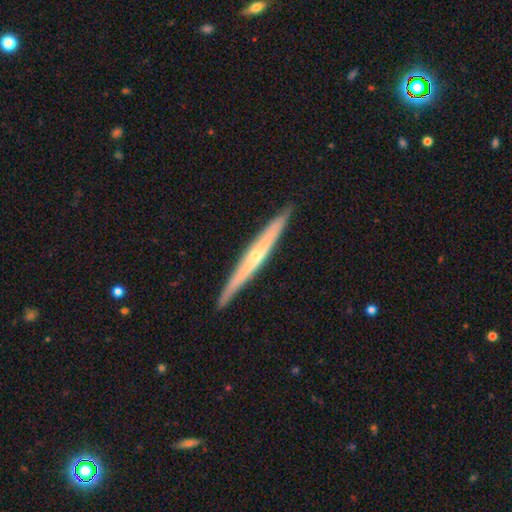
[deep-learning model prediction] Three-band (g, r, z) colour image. It shows a featured or disk galaxy (70%) viewed edge-on (96%) with a rounded central bulge (61%). Merging: none (91%).